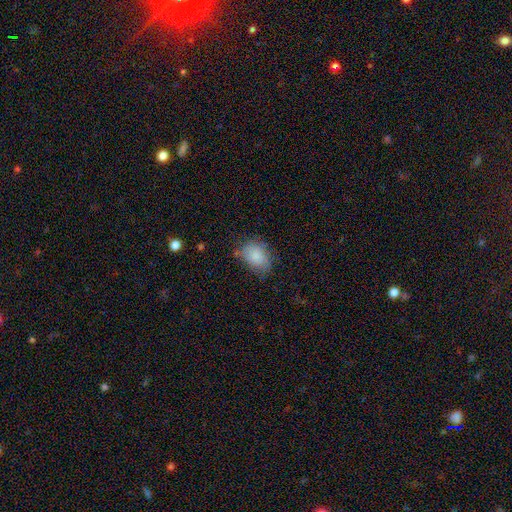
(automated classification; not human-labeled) smooth-or-featured: smooth: 82% | featured or disk: 9% | star or artifact: 8%
  how-rounded: in between: 76% | round: 23% | cigar-shaped: 1%
  merging: none: 61% | minor disturbance: 28% | major disturbance: 9% | merger: 3%